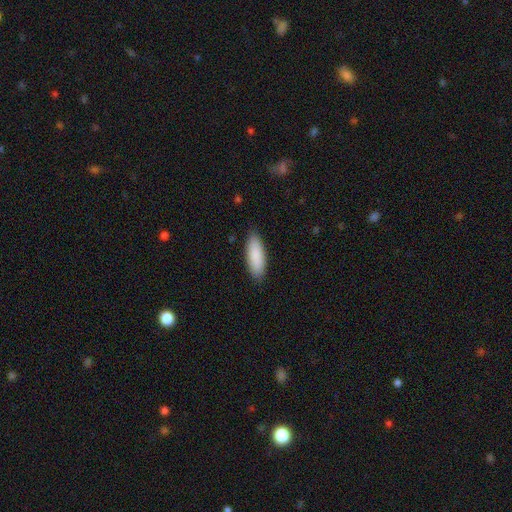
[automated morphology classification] smooth_or_featured: smooth (p=0.88) [alt: featured or disk p=0.06]
how_rounded: in between (p=0.65) [alt: cigar-shaped p=0.33]
merging: none (p=0.87) [alt: minor disturbance p=0.10]